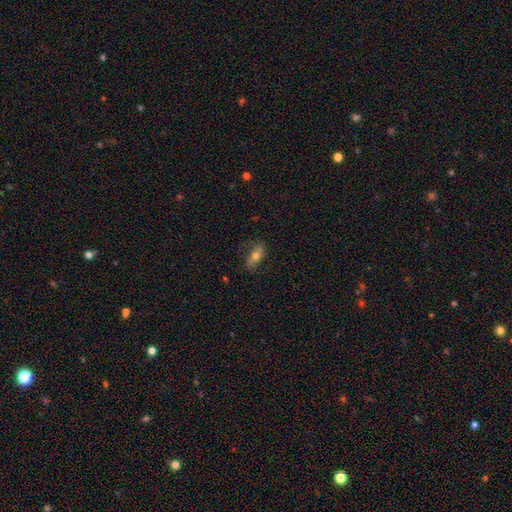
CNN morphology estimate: type=smooth (65%); roundness=in between (80%); merging=none (74%).